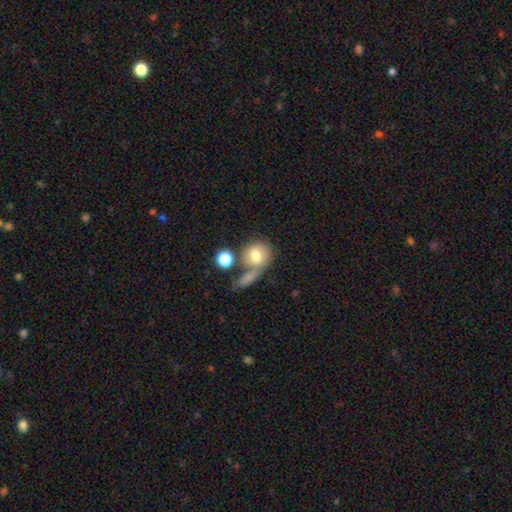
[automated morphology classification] This is likely a smooth galaxy (72%). How rounded: likely round (73%). Merging: marginally none (41%).